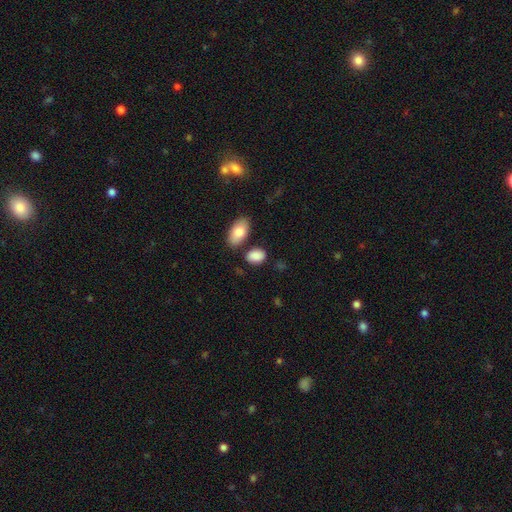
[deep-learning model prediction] This appears to be a smooth galaxy with no disk features (87%) that is in between round and cigar-shaped (87%). Merging: none (74%).